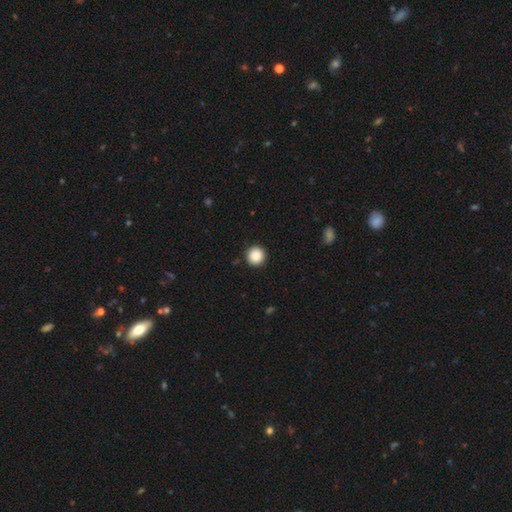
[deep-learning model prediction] Overall: smooth (88%). How rounded: round (96%). Merging: none (92%).